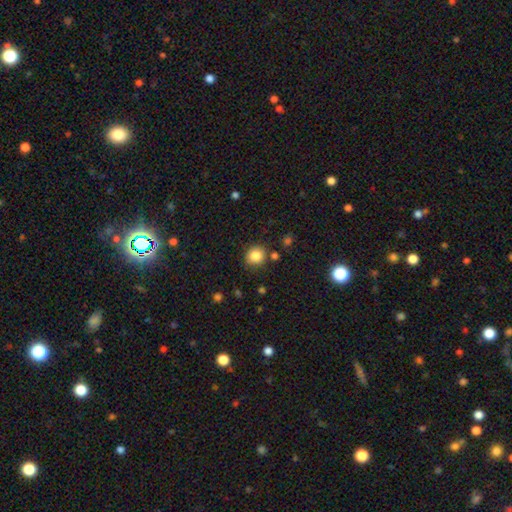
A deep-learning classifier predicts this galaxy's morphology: Smooth or featured?
  - smooth: 84% *
  - star or artifact: 11%
  - featured or disk: 6%
How rounded?
  - round: 83% *
  - in between: 16%
  - cigar-shaped: 1%
Merging?
  - none: 83% *
  - minor disturbance: 10%
  - merger: 4%
  - major disturbance: 3%